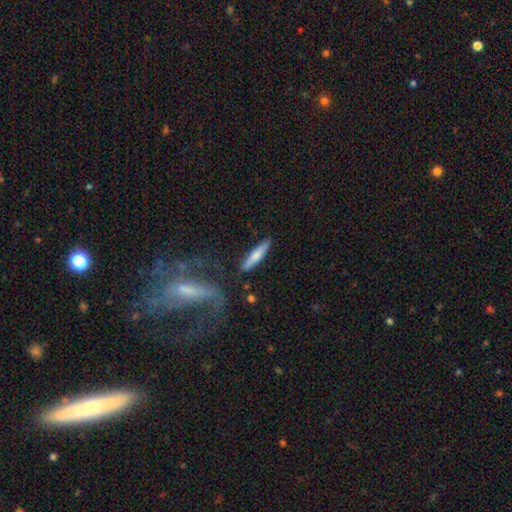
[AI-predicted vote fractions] Smooth or featured?
  - smooth: 66% *
  - featured or disk: 28%
  - star or artifact: 6%
How rounded?
  - cigar-shaped: 87% *
  - in between: 11%
  - round: 2%
Merging?
  - none: 84% *
  - minor disturbance: 10%
  - merger: 3%
  - major disturbance: 3%